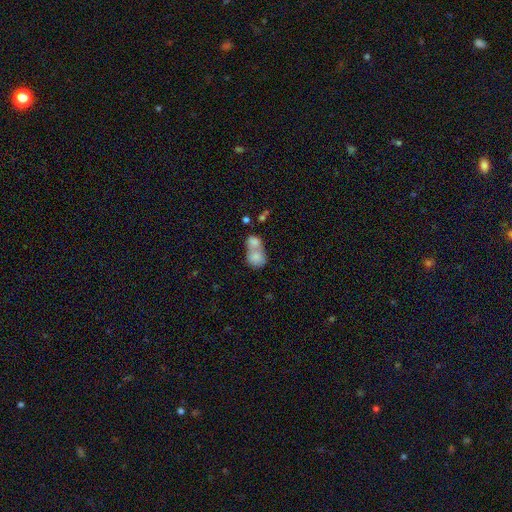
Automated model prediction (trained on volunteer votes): Morphology: type=smooth (78%); roundness=round (55%); merging=merger (72%).